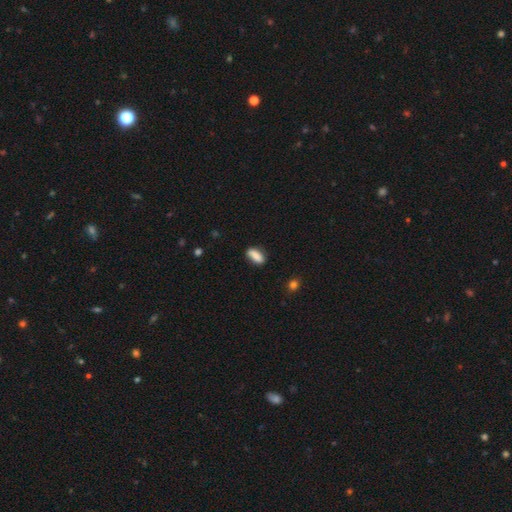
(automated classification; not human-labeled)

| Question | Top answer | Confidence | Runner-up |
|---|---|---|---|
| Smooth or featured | smooth | 83% | featured or disk (9%) |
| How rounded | in between | 78% | cigar-shaped (18%) |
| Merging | none | 74% | minor disturbance (19%) |